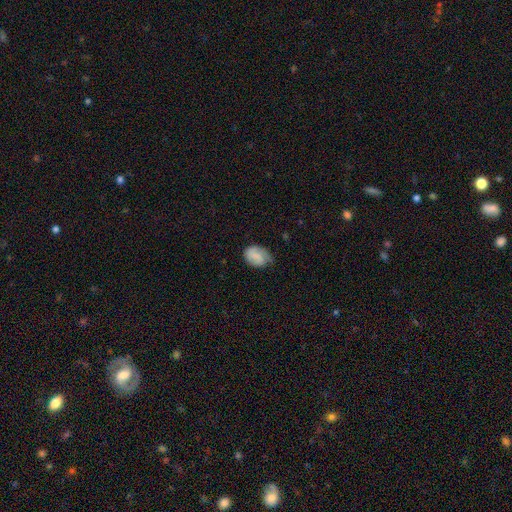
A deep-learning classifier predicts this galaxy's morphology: type=smooth (66%); roundness=in between (71%); merging=none (53%).